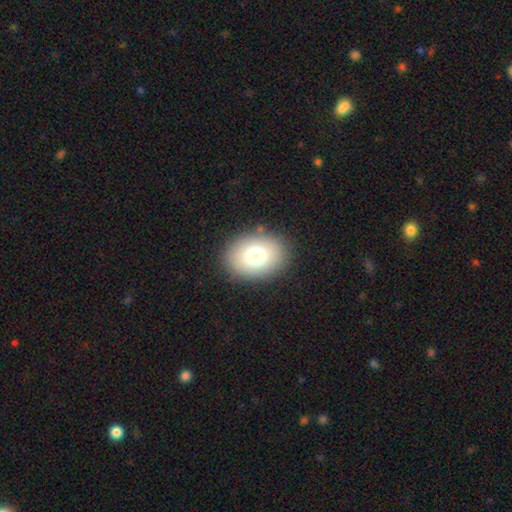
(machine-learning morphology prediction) Smooth or featured?
  - smooth: 76% *
  - featured or disk: 13%
  - star or artifact: 11%
How rounded?
  - in between: 64% *
  - round: 35%
  - cigar-shaped: 1%
Merging?
  - none: 87% *
  - minor disturbance: 8%
  - major disturbance: 3%
  - merger: 1%